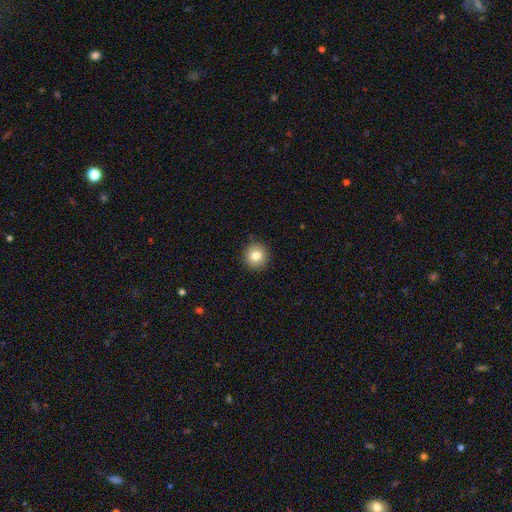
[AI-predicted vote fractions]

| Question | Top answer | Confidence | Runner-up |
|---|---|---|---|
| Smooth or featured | smooth | 82% | star or artifact (10%) |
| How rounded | round | 92% | in between (7%) |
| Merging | none | 91% | minor disturbance (6%) |